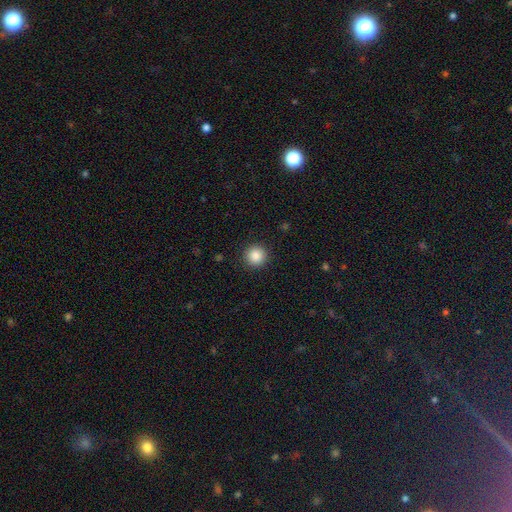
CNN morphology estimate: Smooth or featured: smooth — 87% (star or artifact — 10%)
How rounded: round — 95% (in between — 4%)
Merging: none — 92% (minor disturbance — 5%)